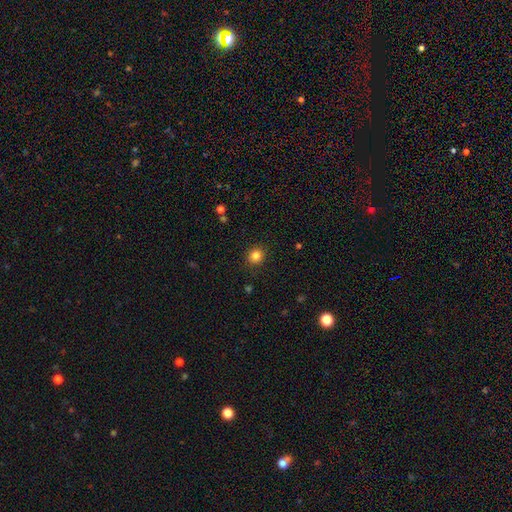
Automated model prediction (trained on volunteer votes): A smooth galaxy with no disk features (84%) that is round (85%). Merging: none (90%).